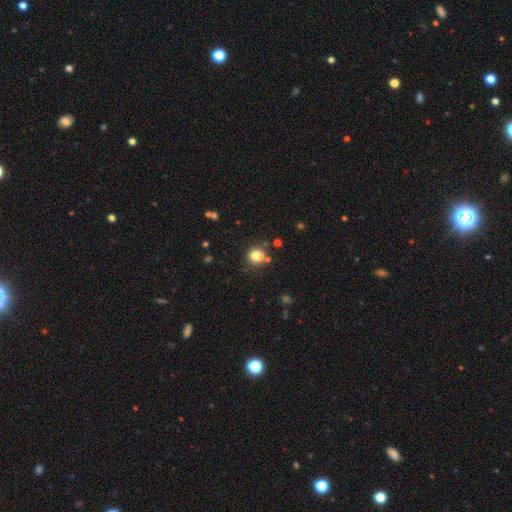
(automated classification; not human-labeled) Smooth or featured: smooth — 76% (star or artifact — 14%)
How rounded: round — 77% (in between — 22%)
Merging: none — 56% (merger — 26%)